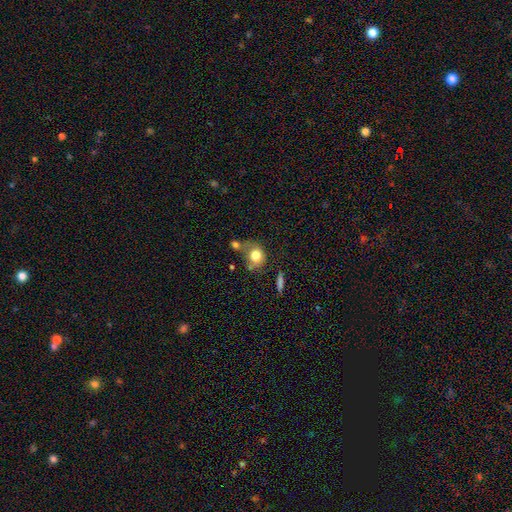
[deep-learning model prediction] Q: Smooth or featured?
A: smooth (78%); runner-up: featured or disk (13%)
Q: How rounded?
A: round (61%); runner-up: in between (38%)
Q: Merging?
A: none (42%); runner-up: merger (26%)